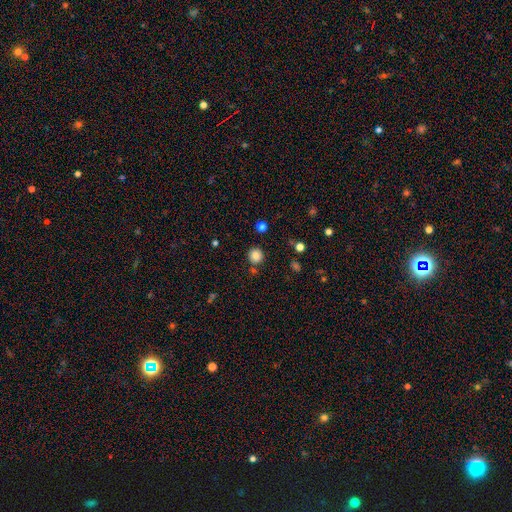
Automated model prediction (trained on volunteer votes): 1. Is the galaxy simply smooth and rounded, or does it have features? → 84% smooth, 11% star or artifact, 5% featured or disk.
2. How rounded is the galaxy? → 94% round, 5% in between, 1% cigar-shaped.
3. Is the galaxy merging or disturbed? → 84% none, 8% minor disturbance, 5% merger, 3% major disturbance.